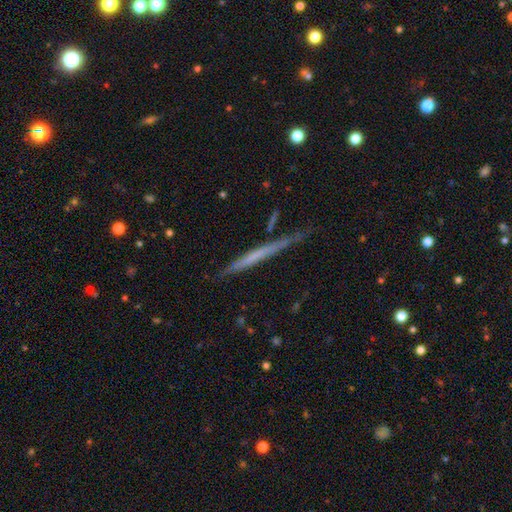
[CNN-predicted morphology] Smooth or featured? Predicted: featured or disk (p=0.52). Edge-on disk? Predicted: yes (p=0.96). Edge-on bulge? Predicted: none (p=0.88). Merging? Predicted: none (p=0.80).